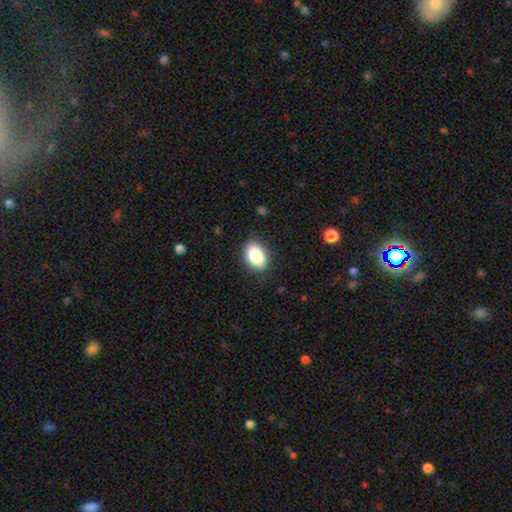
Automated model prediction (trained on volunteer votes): Smooth or featured: smooth — 86% (star or artifact — 8%)
How rounded: in between — 87% (round — 12%)
Merging: none — 84% (minor disturbance — 12%)